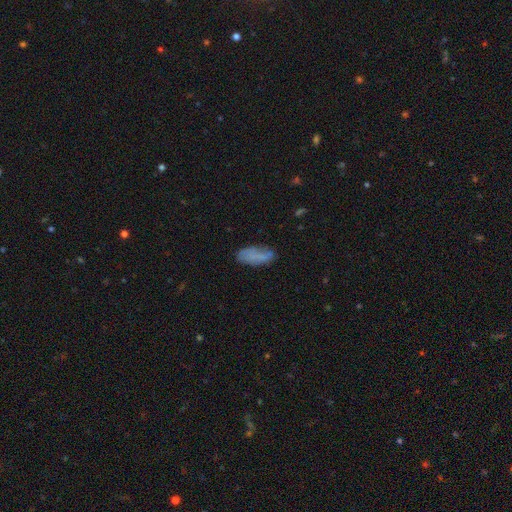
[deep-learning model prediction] Morphology: type=smooth (69%); roundness=in between (81%); merging=none (61%).